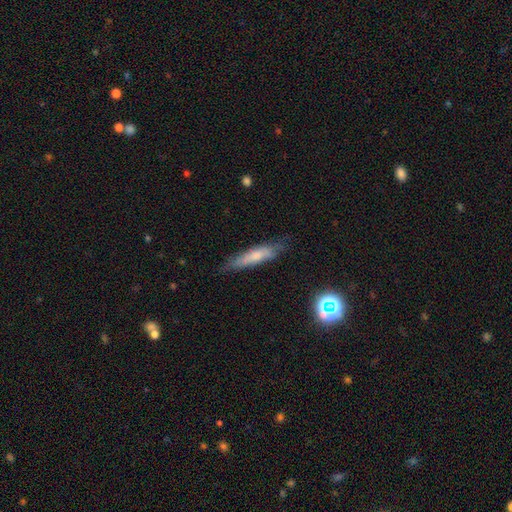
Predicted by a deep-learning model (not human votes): Morphology: type=smooth (59%); roundness=cigar-shaped (80%); merging=none (71%).